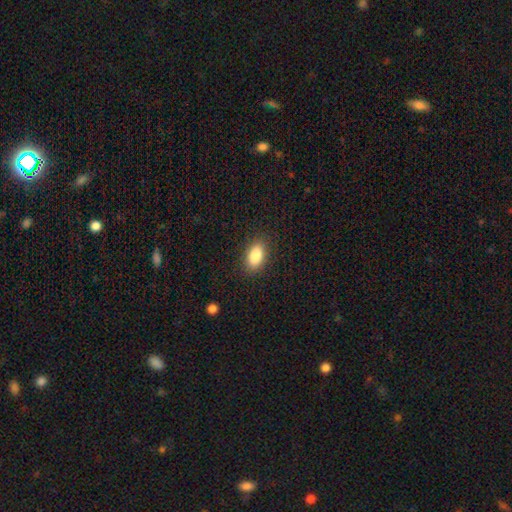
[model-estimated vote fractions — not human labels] The model was most divided on "smooth or featured": smooth: 86%, star or artifact: 8%, featured or disk: 7%. More confident: how rounded — in between (90%); merging — none (88%).